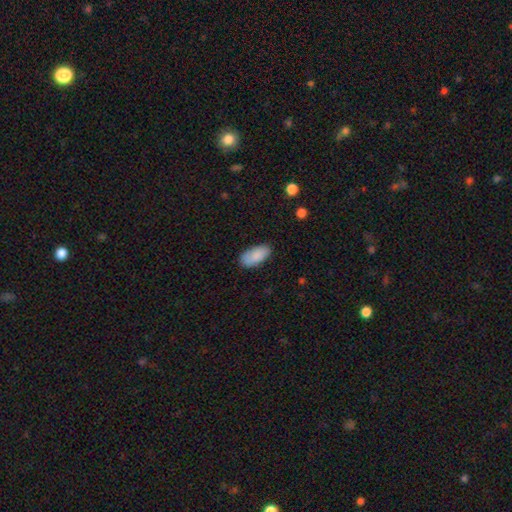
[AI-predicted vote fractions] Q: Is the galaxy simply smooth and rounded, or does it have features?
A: smooth — 86%.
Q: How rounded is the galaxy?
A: in between — 93%.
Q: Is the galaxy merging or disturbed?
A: none — 79%.